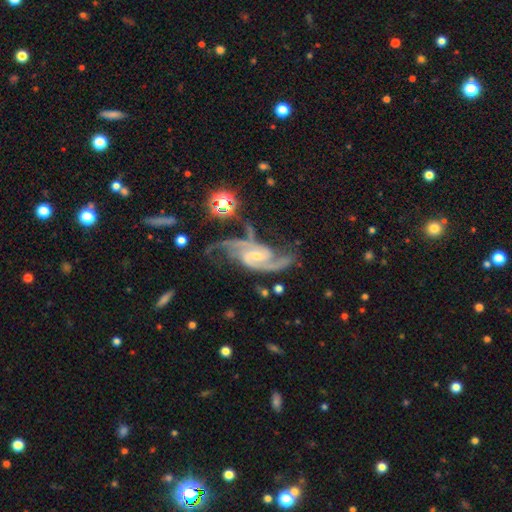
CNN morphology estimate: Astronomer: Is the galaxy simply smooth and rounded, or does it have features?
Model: featured or disk — 91%.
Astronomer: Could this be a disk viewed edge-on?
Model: no — 97%.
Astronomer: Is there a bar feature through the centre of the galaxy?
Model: weak — 49% (runner-up: no, 28%).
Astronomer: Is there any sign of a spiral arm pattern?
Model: yes — 98%.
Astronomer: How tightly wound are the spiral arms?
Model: medium — 57%.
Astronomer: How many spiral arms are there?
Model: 2 — 74%.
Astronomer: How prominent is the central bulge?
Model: small — 65%.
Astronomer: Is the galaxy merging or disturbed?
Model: none — 57%.